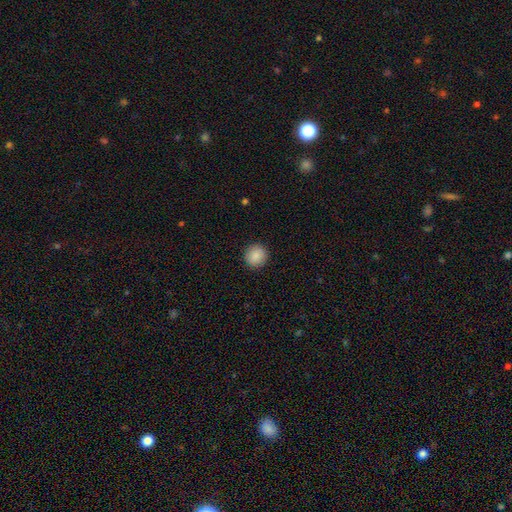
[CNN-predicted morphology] type=smooth (89%); roundness=round (91%); merging=none (92%).